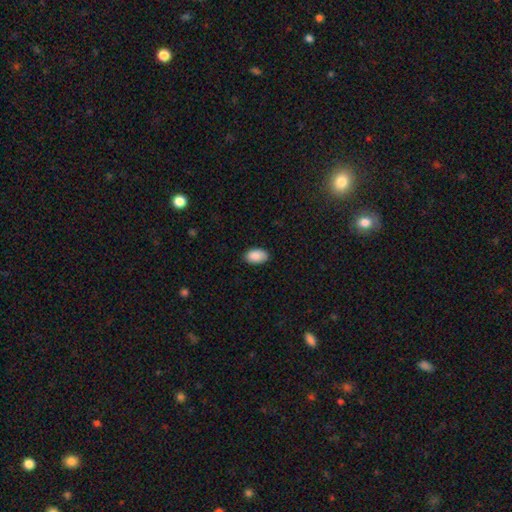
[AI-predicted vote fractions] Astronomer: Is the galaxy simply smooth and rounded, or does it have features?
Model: smooth — 90%.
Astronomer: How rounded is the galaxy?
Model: in between — 93%.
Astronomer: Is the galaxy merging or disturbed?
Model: none — 86%.